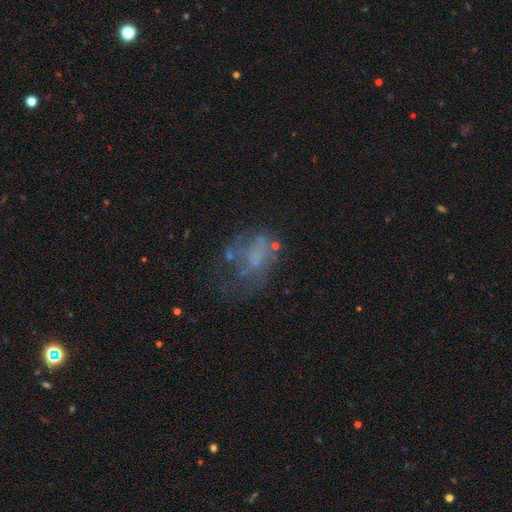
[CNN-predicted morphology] type=featured or disk (44%); merging=none (36%).